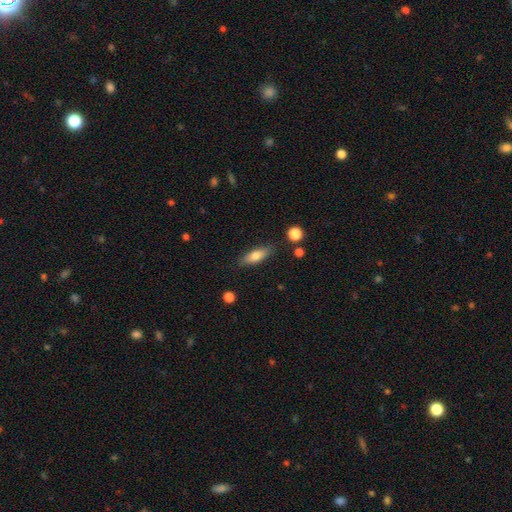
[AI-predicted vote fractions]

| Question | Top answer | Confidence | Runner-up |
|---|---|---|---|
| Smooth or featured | smooth | 71% | featured or disk (22%) |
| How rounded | in between | 58% | cigar-shaped (39%) |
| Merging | none | 83% | minor disturbance (12%) |